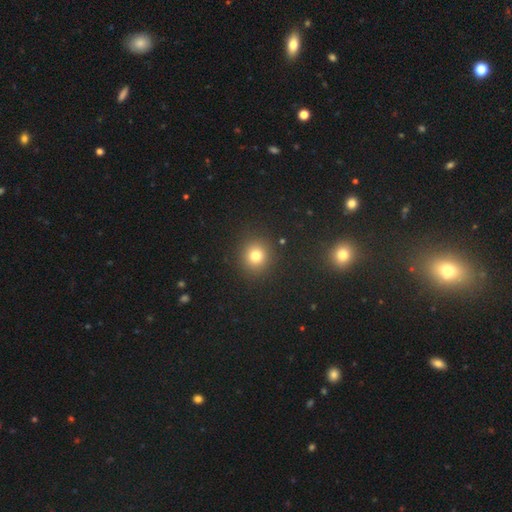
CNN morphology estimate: smooth-or-featured: smooth: 77% | star or artifact: 16% | featured or disk: 7%
  how-rounded: round: 91% | in between: 8% | cigar-shaped: 1%
  merging: none: 90% | minor disturbance: 6% | major disturbance: 2% | merger: 1%